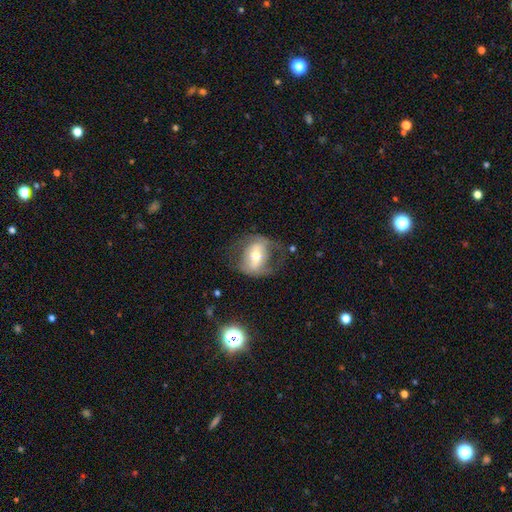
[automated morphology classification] featured or disk 59%, smooth 34%, star or artifact 7%. Down the decision tree: edge-on disk — no (91%); bar — strong (43%); spiral arms — yes (51%); bulge size — moderate (64%); merging — none (55%).